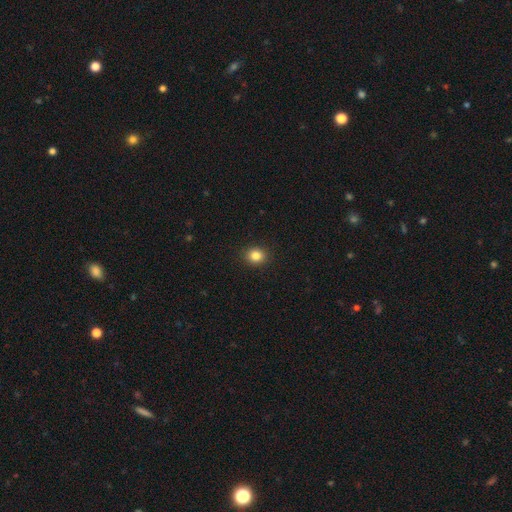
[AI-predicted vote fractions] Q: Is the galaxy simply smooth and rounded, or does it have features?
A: smooth — 84%.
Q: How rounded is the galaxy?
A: round — 75%.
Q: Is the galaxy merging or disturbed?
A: none — 91%.